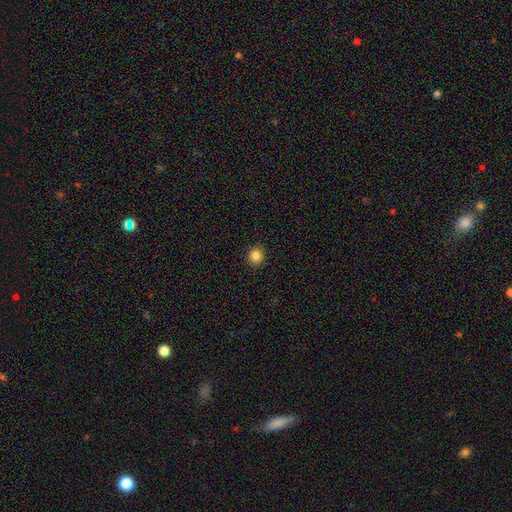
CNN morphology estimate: smooth-or-featured: smooth: 85% | star or artifact: 11% | featured or disk: 4%
  how-rounded: round: 90% | in between: 9% | cigar-shaped: 1%
  merging: none: 92% | minor disturbance: 5% | major disturbance: 2% | merger: 1%